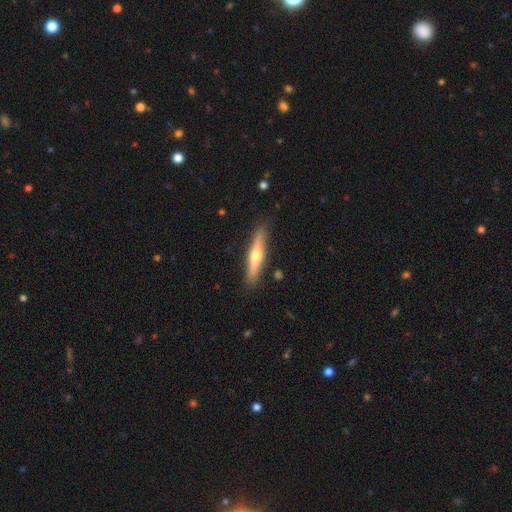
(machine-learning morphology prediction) This appears to be a featured or disk galaxy (55%) viewed edge-on (94%) with a rounded central bulge (91%). Merging: none (88%).